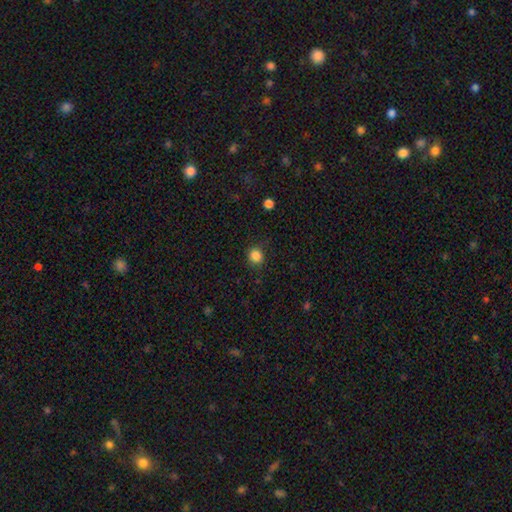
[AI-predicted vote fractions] Smooth or featured: smooth — 85% (star or artifact — 11%)
How rounded: round — 85% (in between — 14%)
Merging: none — 85% (minor disturbance — 11%)